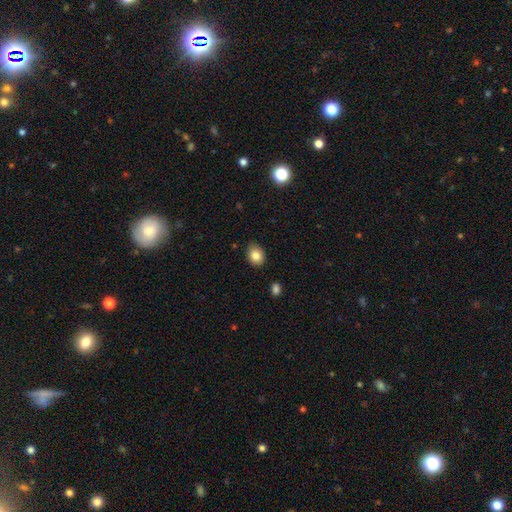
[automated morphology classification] Smooth or featured: smooth — 85% (star or artifact — 9%)
How rounded: in between — 56% (round — 44%)
Merging: none — 85% (minor disturbance — 11%)